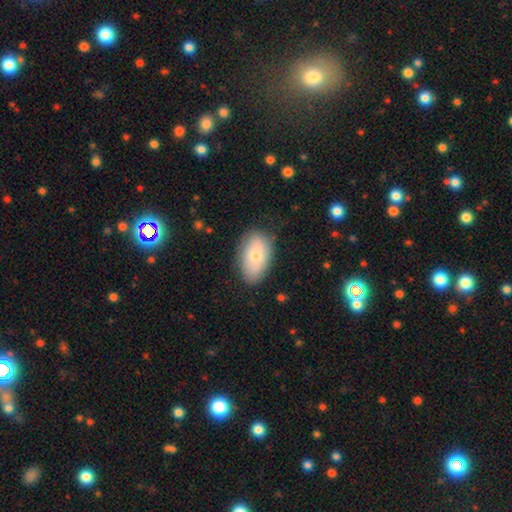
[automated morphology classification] smooth_or_featured: smooth (p=0.73) [alt: featured or disk p=0.20]
how_rounded: in between (p=0.92) [alt: round p=0.06]
merging: none (p=0.81) [alt: minor disturbance p=0.14]